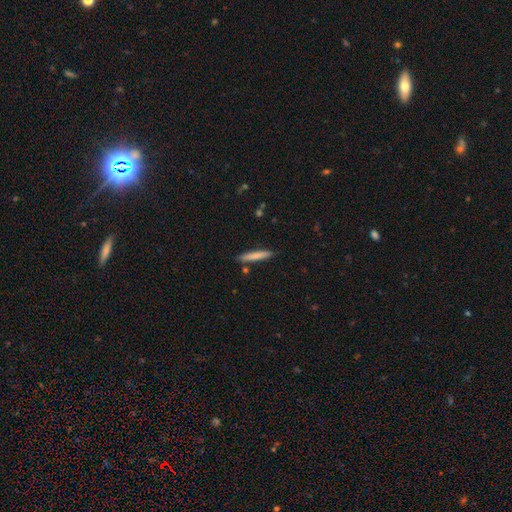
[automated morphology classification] Smooth or featured? smooth (75%)
How rounded? cigar-shaped (94%)
Merging? none (86%)